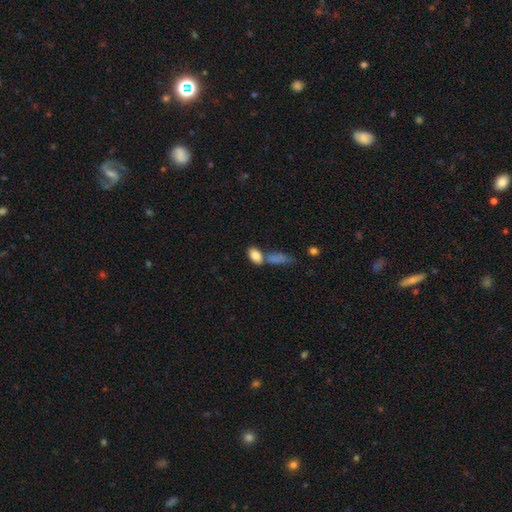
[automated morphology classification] This is clearly a smooth galaxy (84%). How rounded: clearly in between (90%). Merging: marginally none (42%).